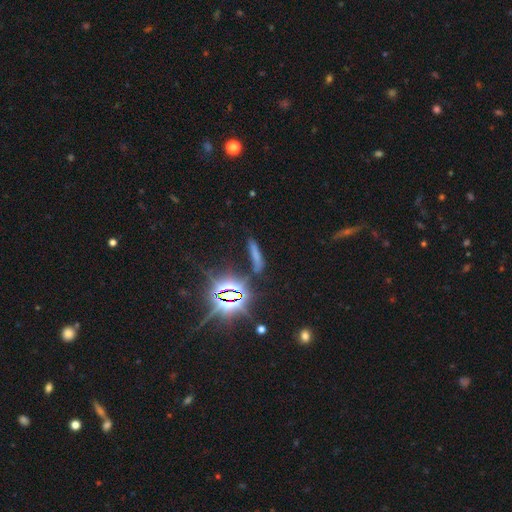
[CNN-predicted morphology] Overall: smooth (53%; star or artifact 33%). How rounded: cigar-shaped (83%). Merging: none (67%).